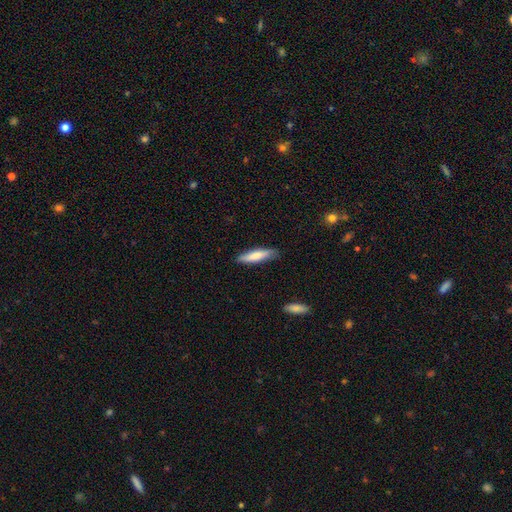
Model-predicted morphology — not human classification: smooth_or_featured: smooth (p=0.76) [alt: featured or disk p=0.18]
how_rounded: cigar-shaped (p=0.77) [alt: in between p=0.22]
merging: none (p=0.83) [alt: minor disturbance p=0.13]